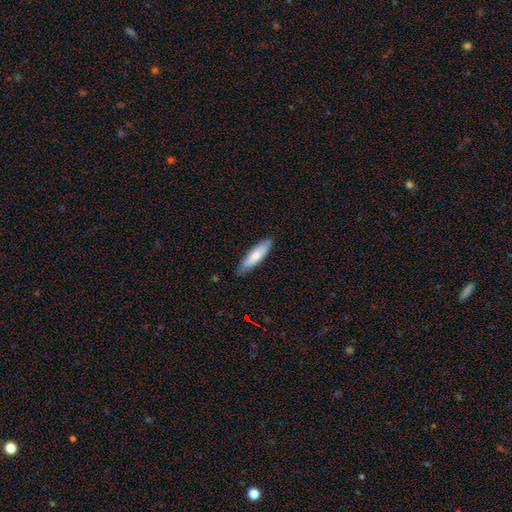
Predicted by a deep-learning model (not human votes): smooth_or_featured: smooth (p=0.75) [alt: featured or disk p=0.19]
how_rounded: cigar-shaped (p=0.67) [alt: in between p=0.32]
merging: none (p=0.83) [alt: minor disturbance p=0.14]